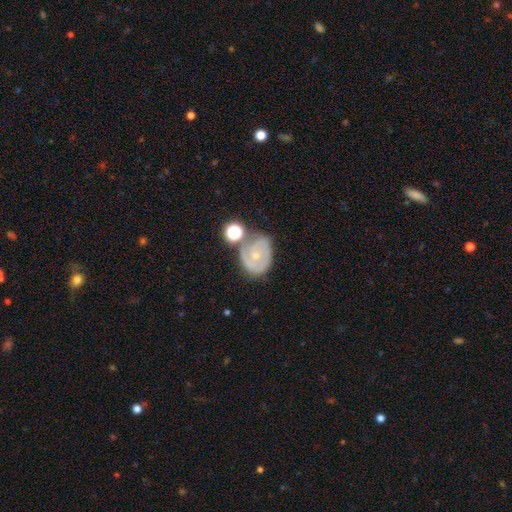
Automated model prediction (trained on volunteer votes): The model was most divided on "merging": none: 53%, minor disturbance: 21%, merger: 16%, major disturbance: 9%. More confident: edge-on disk — no (96%); bar — no (79%); bulge size — small (70%); spiral arms — yes (68%); smooth or featured — featured or disk (62%).